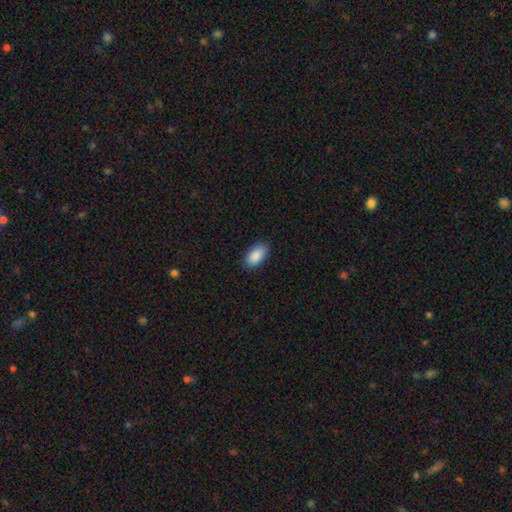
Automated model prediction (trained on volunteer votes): Smooth or featured?
  - smooth: 90% *
  - star or artifact: 6%
  - featured or disk: 4%
How rounded?
  - in between: 94% *
  - cigar-shaped: 3%
  - round: 3%
Merging?
  - none: 87% *
  - minor disturbance: 10%
  - major disturbance: 2%
  - merger: 1%